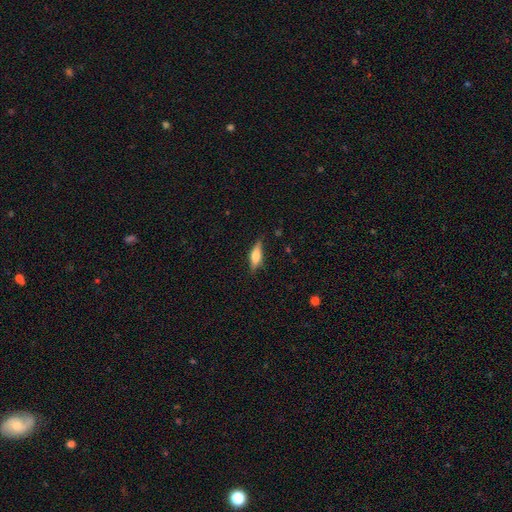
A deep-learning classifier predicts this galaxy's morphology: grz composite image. It shows a smooth galaxy with no disk features (59%) that is in between round and cigar-shaped (52%). Merging: none (77%).